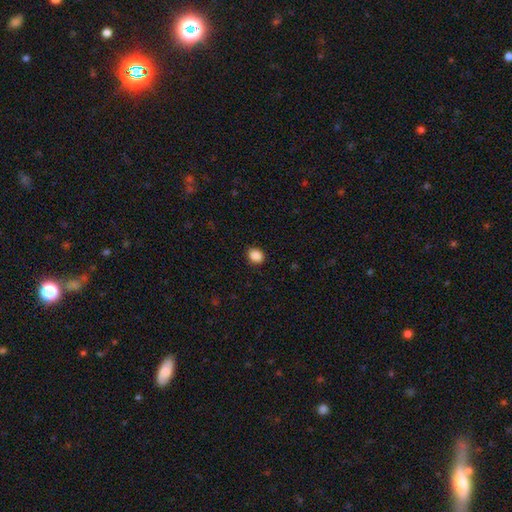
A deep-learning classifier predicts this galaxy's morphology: The model was most divided on "how rounded": round: 57%, in between: 42%, cigar-shaped: 1%. More confident: merging — none (89%); smooth or featured — smooth (88%).